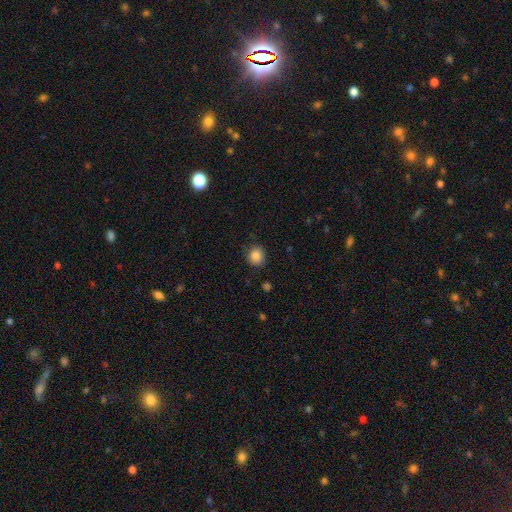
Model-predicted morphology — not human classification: smooth_or_featured: smooth (p=0.86) [alt: star or artifact p=0.10]
how_rounded: round (p=0.82) [alt: in between p=0.17]
merging: none (p=0.83) [alt: minor disturbance p=0.12]